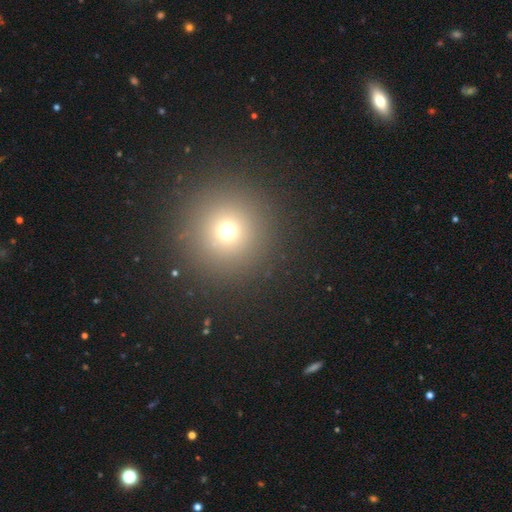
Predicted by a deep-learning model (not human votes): Smooth or featured?
  - smooth: 63% *
  - star or artifact: 29%
  - featured or disk: 8%
How rounded?
  - round: 96% *
  - in between: 3%
  - cigar-shaped: 1%
Merging?
  - none: 92% *
  - minor disturbance: 4%
  - major disturbance: 2%
  - merger: 1%